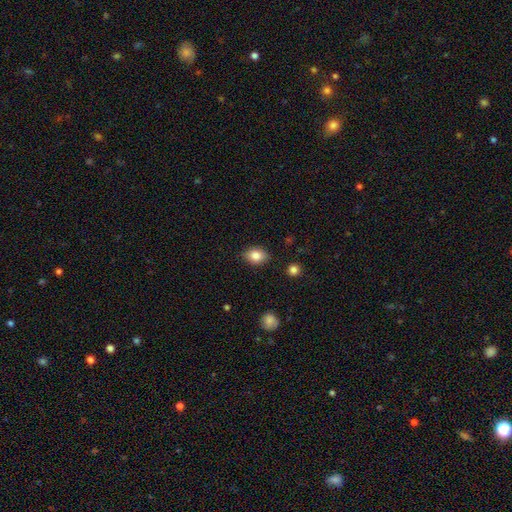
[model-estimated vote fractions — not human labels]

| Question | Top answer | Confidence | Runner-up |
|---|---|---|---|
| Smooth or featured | smooth | 83% | star or artifact (9%) |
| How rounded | in between | 72% | round (26%) |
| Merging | none | 85% | minor disturbance (11%) |